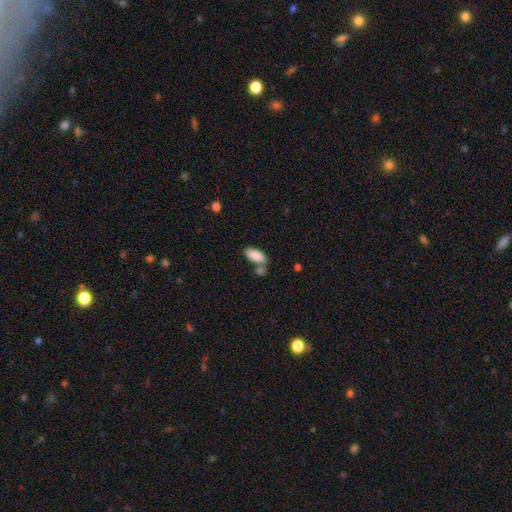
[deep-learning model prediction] smooth 87%, star or artifact 7%, featured or disk 6%. Down the decision tree: how rounded — in between (91%); merging — none (46%).